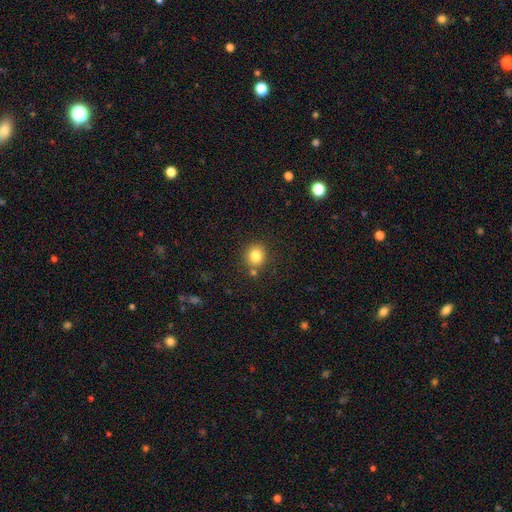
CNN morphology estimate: A smooth galaxy with no disk features (82%) that is round (80%). Merging: none (79%).